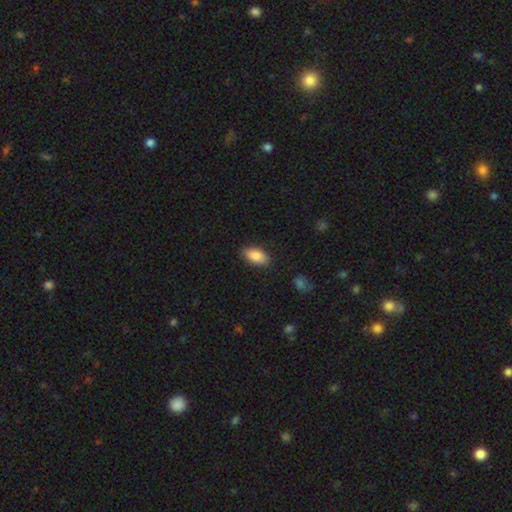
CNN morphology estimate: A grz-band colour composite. It shows a smooth galaxy with no disk features (86%) that is in between round and cigar-shaped (93%). Merging: none (87%).